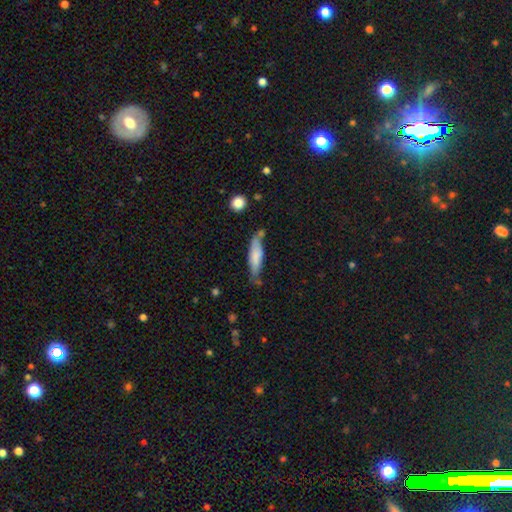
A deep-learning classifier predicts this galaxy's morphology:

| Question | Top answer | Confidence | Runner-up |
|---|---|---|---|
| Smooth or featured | smooth | 69% | featured or disk (25%) |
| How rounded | cigar-shaped | 69% | in between (29%) |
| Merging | none | 56% | minor disturbance (27%) |